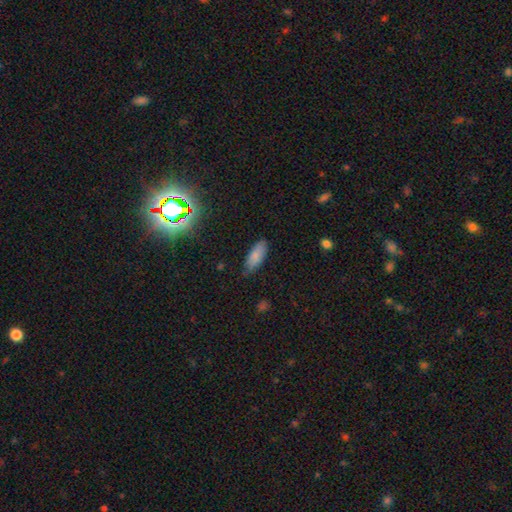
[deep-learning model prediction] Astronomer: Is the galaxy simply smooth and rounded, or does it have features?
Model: smooth — 83%.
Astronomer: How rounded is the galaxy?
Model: in between — 77%.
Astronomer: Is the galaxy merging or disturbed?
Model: none — 77%.